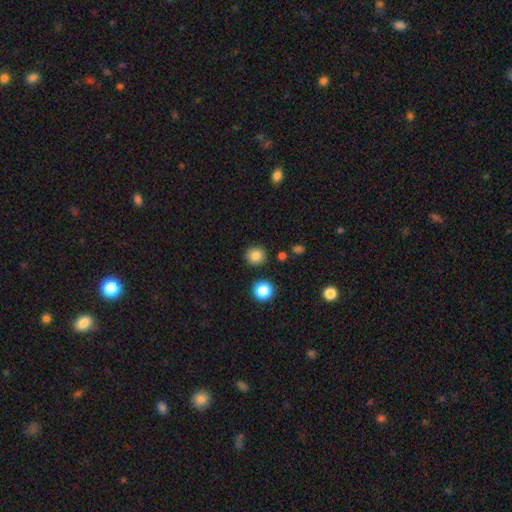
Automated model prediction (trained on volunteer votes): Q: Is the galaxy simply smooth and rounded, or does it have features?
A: smooth — 84%.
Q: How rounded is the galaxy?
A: round — 91%.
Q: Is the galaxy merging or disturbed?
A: none — 89%.